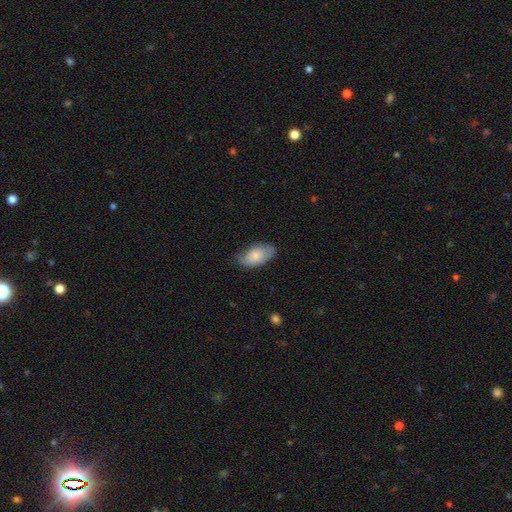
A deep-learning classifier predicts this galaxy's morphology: Smooth or featured: smooth — 77% (featured or disk — 17%)
How rounded: in between — 94% (round — 4%)
Merging: none — 64% (minor disturbance — 28%)